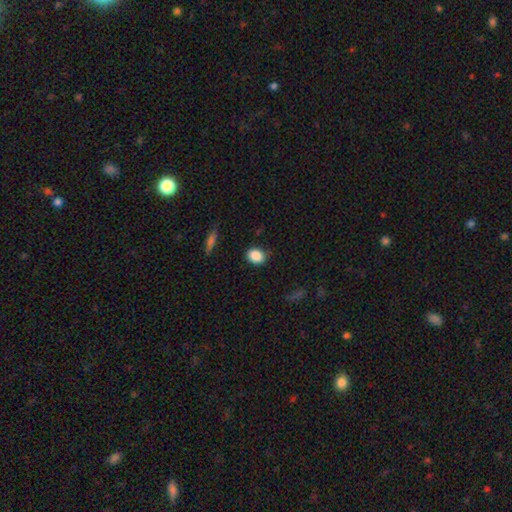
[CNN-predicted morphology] smooth-or-featured: smooth: 87% | star or artifact: 8% | featured or disk: 4%
  how-rounded: in between: 57% | round: 42% | cigar-shaped: 1%
  merging: none: 80% | minor disturbance: 15% | major disturbance: 3% | merger: 2%